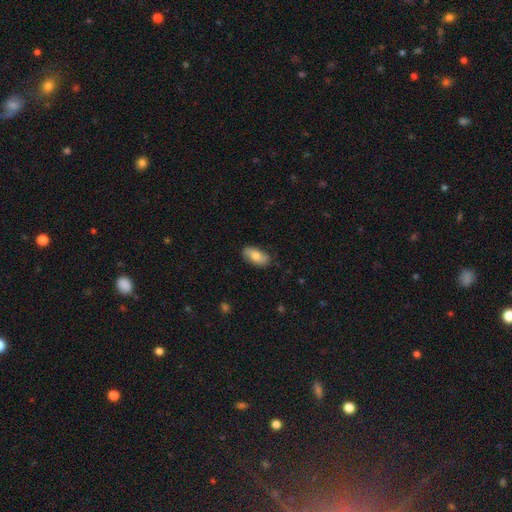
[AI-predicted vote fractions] smooth_or_featured: smooth (p=0.73) [alt: featured or disk p=0.21]
how_rounded: in between (p=0.89) [alt: cigar-shaped p=0.08]
merging: none (p=0.81) [alt: minor disturbance p=0.15]